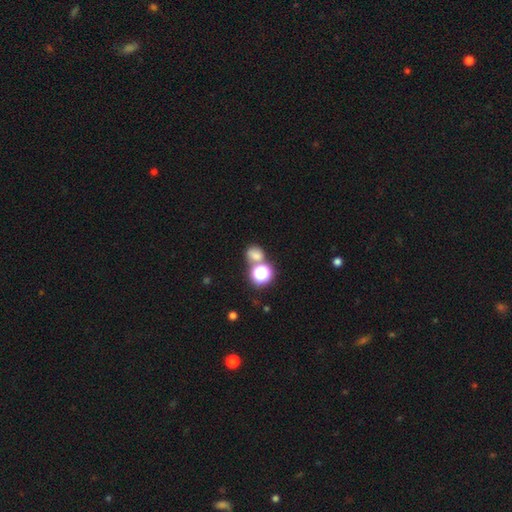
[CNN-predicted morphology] The model was most divided on "merging": none: 54%, merger: 31%, minor disturbance: 10%, major disturbance: 5%. More confident: smooth or featured — smooth (67%); how rounded — round (62%).